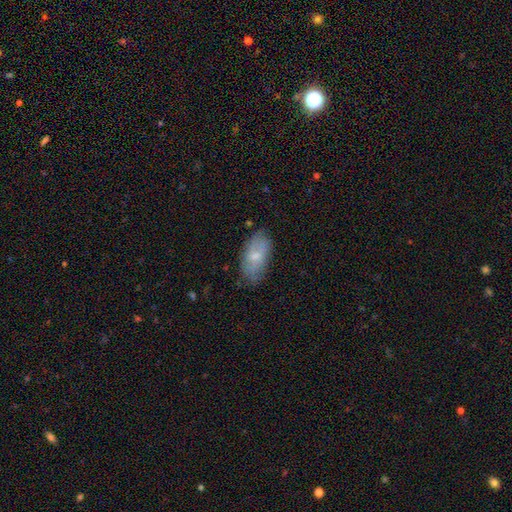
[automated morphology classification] This appears to be a smooth galaxy with no disk features (62%) that is in between round and cigar-shaped (92%). Merging: none (71%).